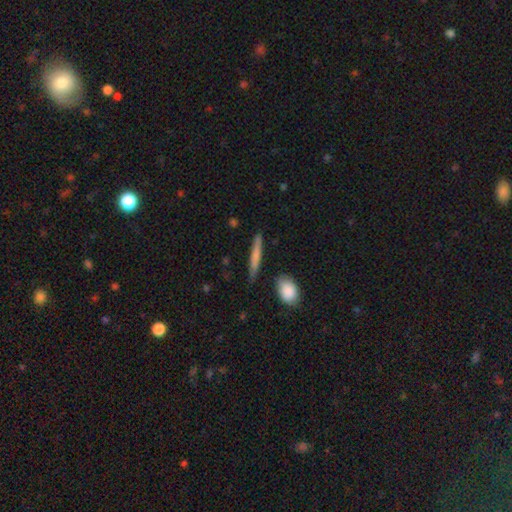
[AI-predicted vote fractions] This is likely a smooth galaxy (70%). How rounded: clearly cigar-shaped (91%). Merging: clearly none (82%).